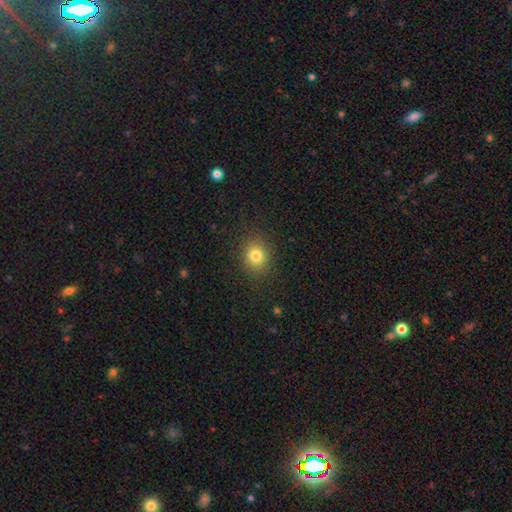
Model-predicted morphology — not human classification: Smooth or featured? Predicted: smooth (p=0.80). How rounded? Predicted: round (p=0.73). Merging? Predicted: none (p=0.88).